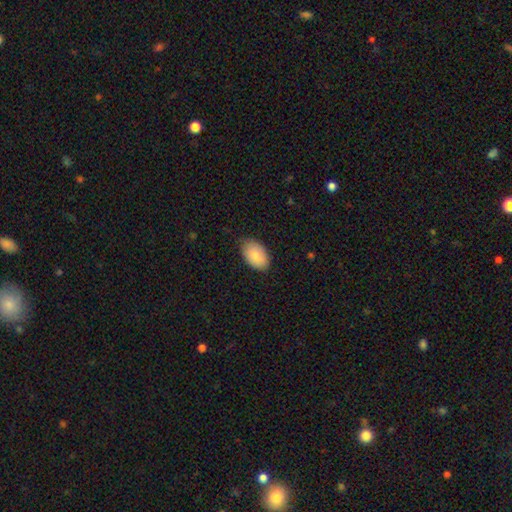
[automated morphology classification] Smooth or featured: smooth — 84% (featured or disk — 10%)
How rounded: in between — 90% (round — 9%)
Merging: none — 75% (minor disturbance — 21%)